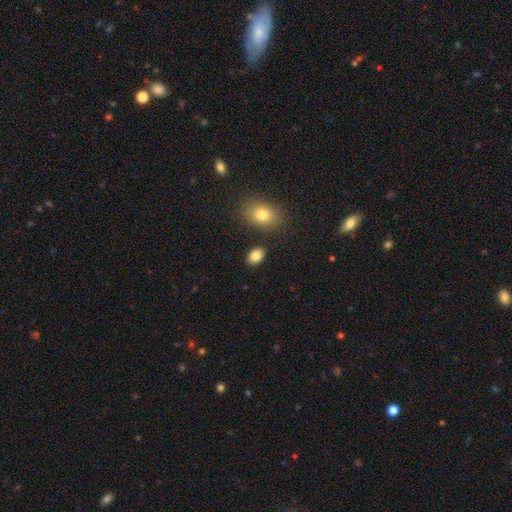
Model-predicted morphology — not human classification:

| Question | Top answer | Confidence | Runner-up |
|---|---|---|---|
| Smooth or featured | smooth | 85% | star or artifact (9%) |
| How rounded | in between | 75% | round (24%) |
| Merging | none | 84% | minor disturbance (8%) |